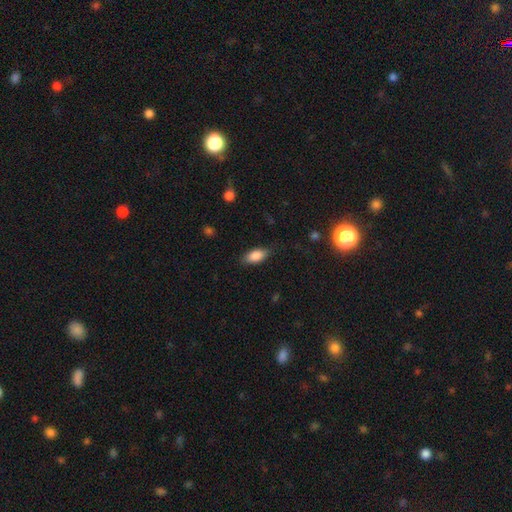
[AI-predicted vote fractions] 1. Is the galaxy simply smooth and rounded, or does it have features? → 85% smooth, 8% featured or disk, 7% star or artifact.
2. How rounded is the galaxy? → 88% in between, 9% cigar-shaped, 3% round.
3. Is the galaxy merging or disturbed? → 81% none, 14% minor disturbance, 4% major disturbance, 1% merger.